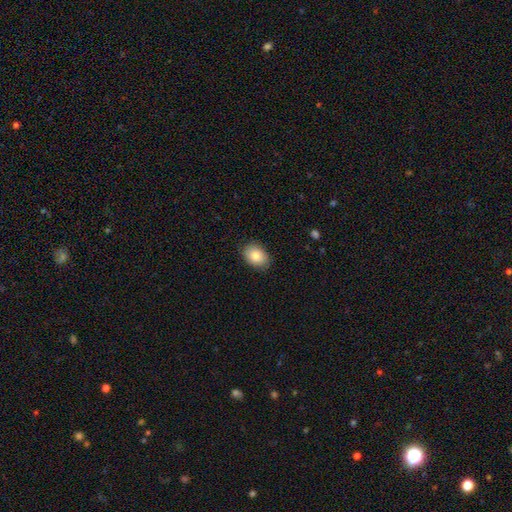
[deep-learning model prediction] A smooth galaxy with no disk features (85%) that is in between round and cigar-shaped (75%). Merging: none (85%).